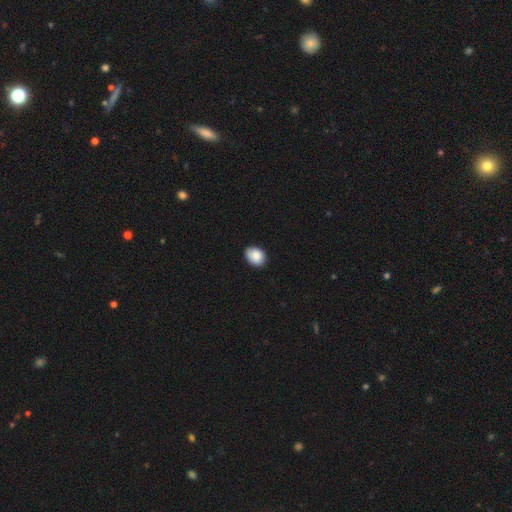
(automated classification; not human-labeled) smooth_or_featured: smooth (p=0.88) [alt: star or artifact p=0.07]
how_rounded: in between (p=0.68) [alt: round p=0.31]
merging: none (p=0.81) [alt: minor disturbance p=0.16]